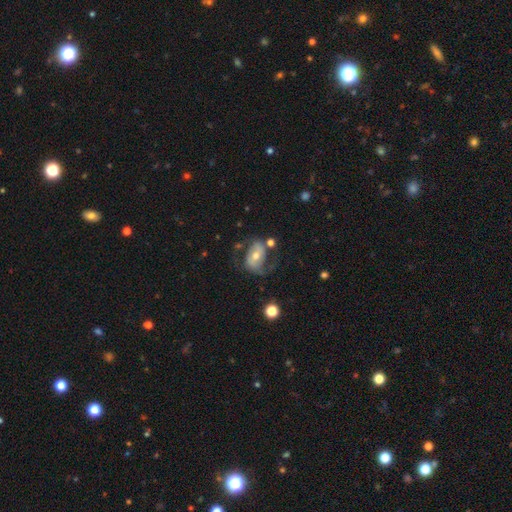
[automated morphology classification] featured or disk 65%, smooth 27%, star or artifact 8%. Down the decision tree: edge-on disk — no (96%); bar — no (45%); spiral arms — yes (82%); spiral arm count — 2 (77%); spiral winding — loose (44%); bulge size — moderate (63%); merging — none (48%).